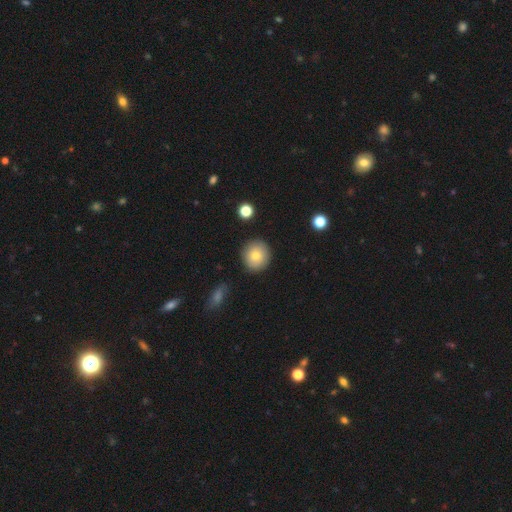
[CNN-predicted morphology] smooth-or-featured: smooth: 78% | featured or disk: 13% | star or artifact: 9%
  how-rounded: round: 89% | in between: 10% | cigar-shaped: 1%
  merging: none: 87% | minor disturbance: 9% | major disturbance: 2% | merger: 2%